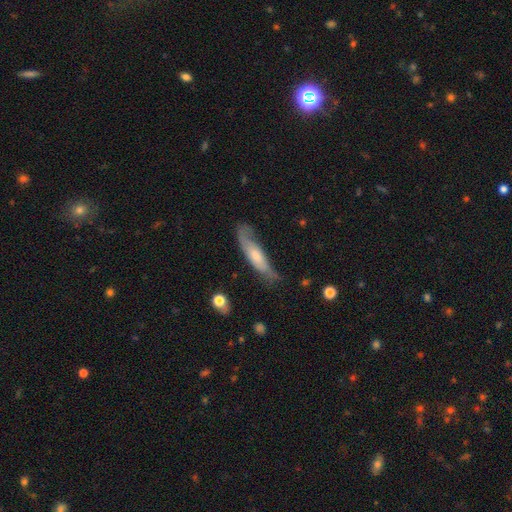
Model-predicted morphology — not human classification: A featured or disk galaxy (48%). Merging: none (55%).